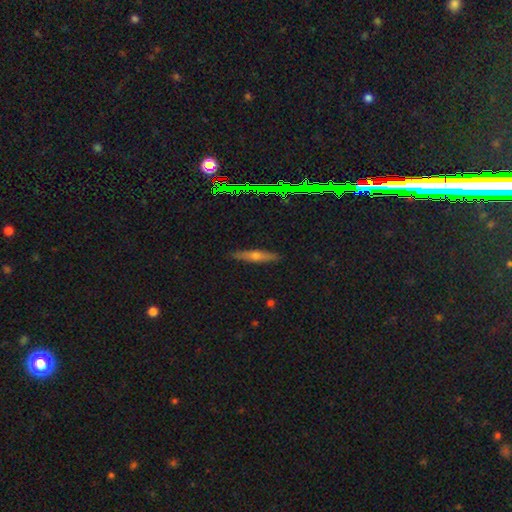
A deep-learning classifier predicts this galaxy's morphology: featured or disk 46%, smooth 42%, star or artifact 12%. Down the decision tree: merging — none (89%).